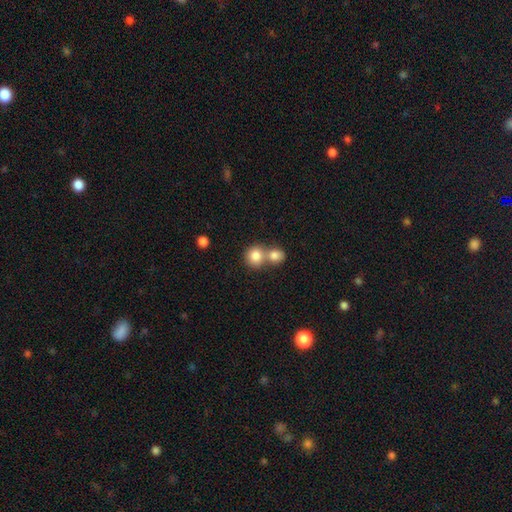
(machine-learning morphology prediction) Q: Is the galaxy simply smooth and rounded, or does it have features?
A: smooth — 82%.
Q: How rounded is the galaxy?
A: round — 84%.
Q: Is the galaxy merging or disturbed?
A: merger — 55%.